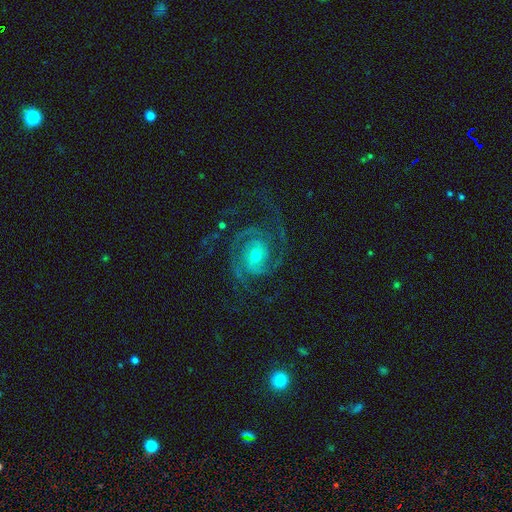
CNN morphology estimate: The model was most divided on "spiral winding": tight: 46%, medium: 44%, loose: 10%. More confident: spiral arms — yes (98%); edge-on disk — no (98%); smooth or featured — featured or disk (91%); merging — none (69%); bar — no (56%); spiral arm count — 2 (54%); bulge size — moderate (51%).